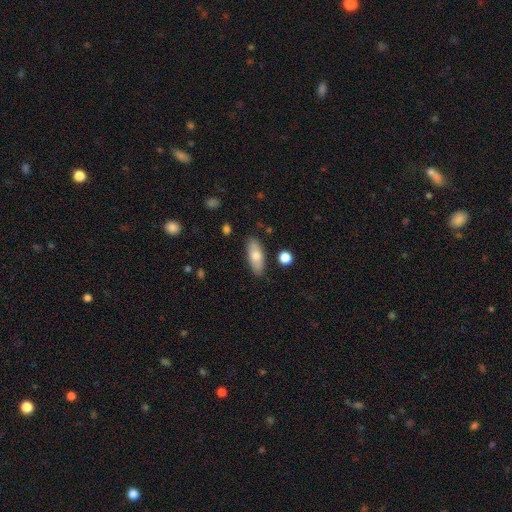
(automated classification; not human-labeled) This is likely a smooth galaxy (74%). How rounded: likely in between (75%). Merging: clearly none (84%).